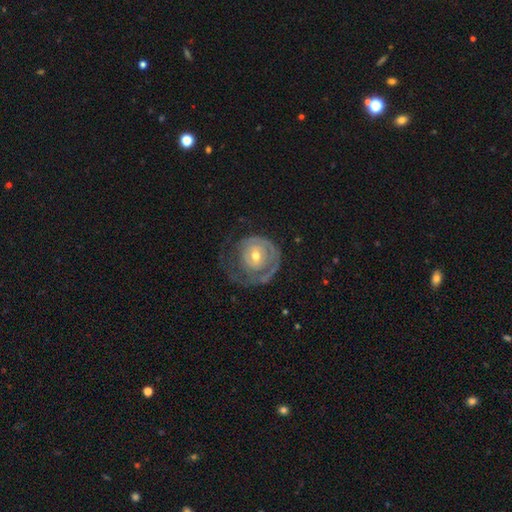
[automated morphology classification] Smooth or featured? featured or disk (74%)
Edge-on disk? no (97%)
Bar? no (68%)
Spiral arms? yes (74%)
Spiral winding? tight (68%)
Spiral arm count? 1 (47%)
Bulge size? moderate (56%)
Merging? none (45%)